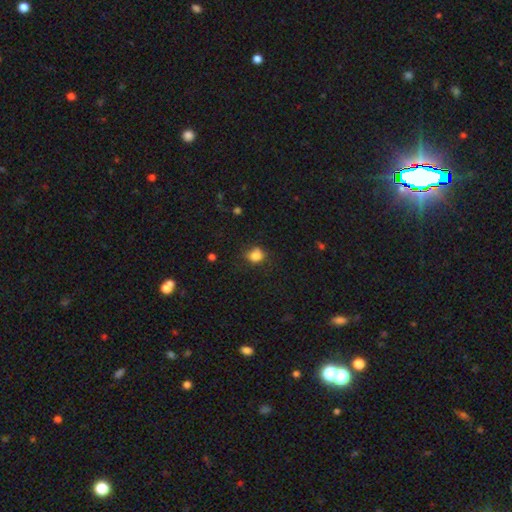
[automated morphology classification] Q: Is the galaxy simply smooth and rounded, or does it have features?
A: smooth — 80%.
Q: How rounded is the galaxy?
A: round — 59%.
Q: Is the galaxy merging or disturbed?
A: none — 59%.